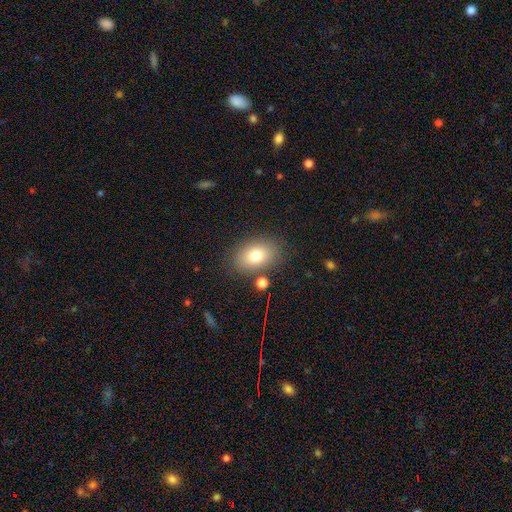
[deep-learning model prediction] Q: Smooth or featured?
A: smooth (78%); runner-up: featured or disk (12%)
Q: How rounded?
A: in between (82%); runner-up: round (17%)
Q: Merging?
A: none (80%); runner-up: minor disturbance (11%)